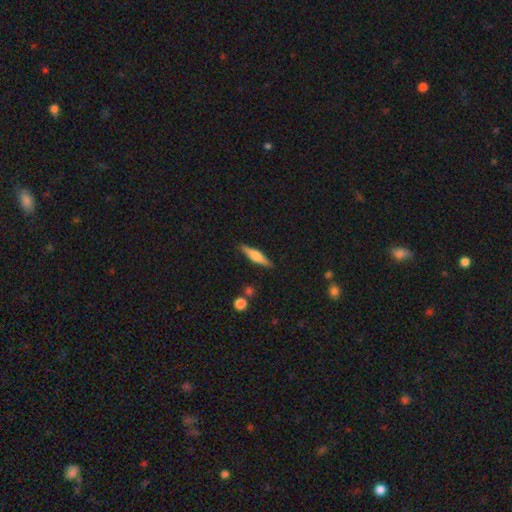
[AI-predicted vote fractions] smooth-or-featured: smooth: 50% | featured or disk: 44% | star or artifact: 6%
  how-rounded: cigar-shaped: 80% | in between: 18% | round: 2%
  merging: none: 87% | minor disturbance: 9% | merger: 2% | major disturbance: 2%